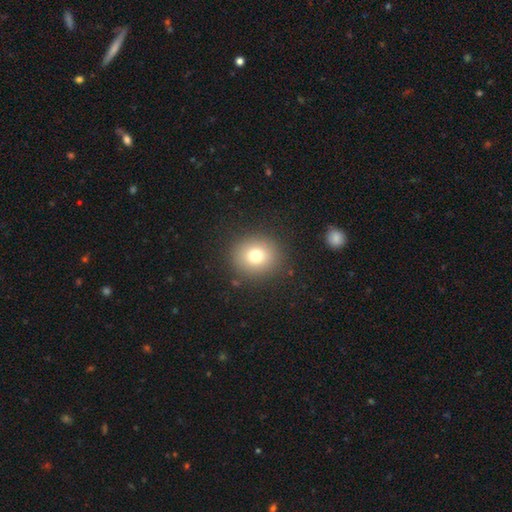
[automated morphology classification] A smooth galaxy with no disk features (76%) that is round (85%).

Vote fractions:
- Smooth or featured? smooth: 76% / star or artifact: 13% / featured or disk: 11%
- How rounded? round: 85% / in between: 14% / cigar-shaped: 1%
- Merging? none: 88% / minor disturbance: 7% / major disturbance: 3% / merger: 1%